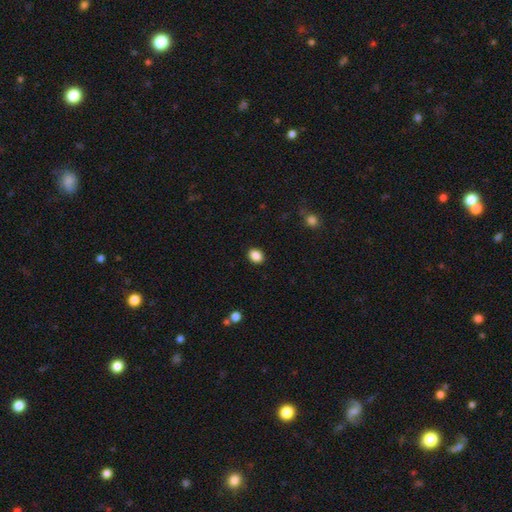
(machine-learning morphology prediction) Smooth or featured? smooth (88%)
How rounded? in between (62%)
Merging? none (90%)